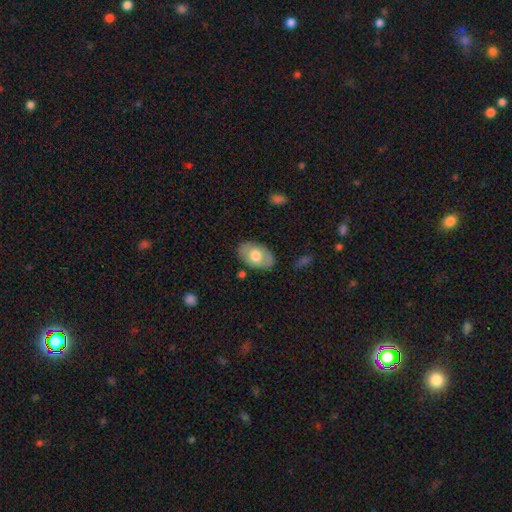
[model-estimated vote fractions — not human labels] Overall: smooth (57%; featured or disk 37%). How rounded: in between (88%). Merging: none (81%).